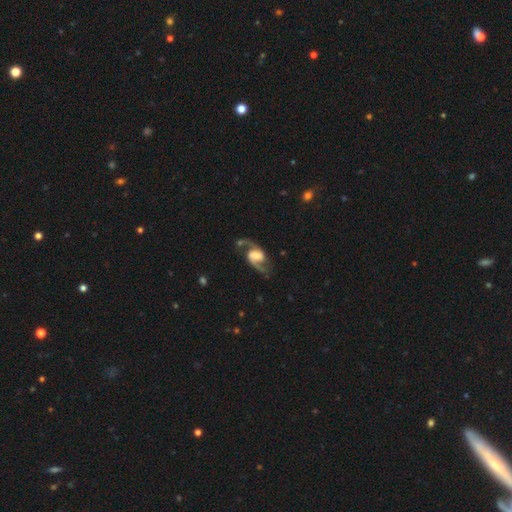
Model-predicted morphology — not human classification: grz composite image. It shows a featured or disk galaxy (88%) with a weak bar (47%), 2 (93%) loose (51%) spiral arms (97%) and a large central bulge (32%). Merging: none (70%).